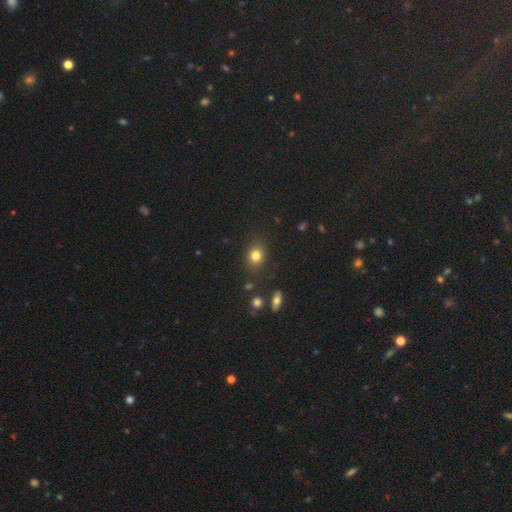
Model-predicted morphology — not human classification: Smooth or featured? Predicted: smooth (p=0.80). How rounded? Predicted: round (p=0.62). Merging? Predicted: none (p=0.83).